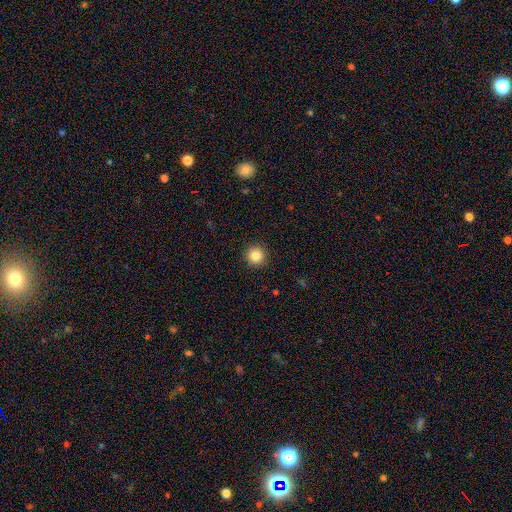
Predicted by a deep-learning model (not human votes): smooth_or_featured: smooth (p=0.84) [alt: star or artifact p=0.11]
how_rounded: round (p=0.96) [alt: in between p=0.04]
merging: none (p=0.93) [alt: minor disturbance p=0.05]